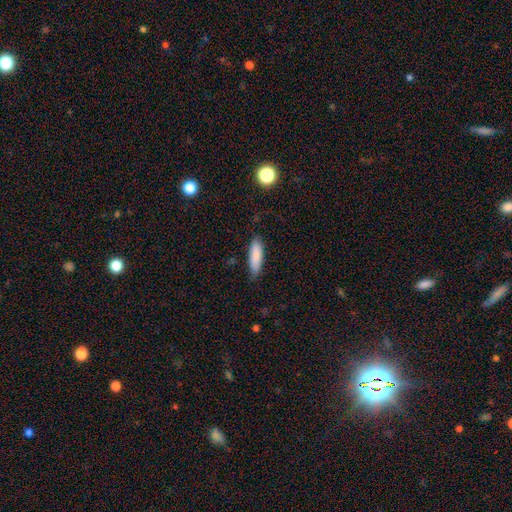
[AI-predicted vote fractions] A smooth galaxy with no disk features (86%) that is cigar-shaped (53%). Merging: none (81%).